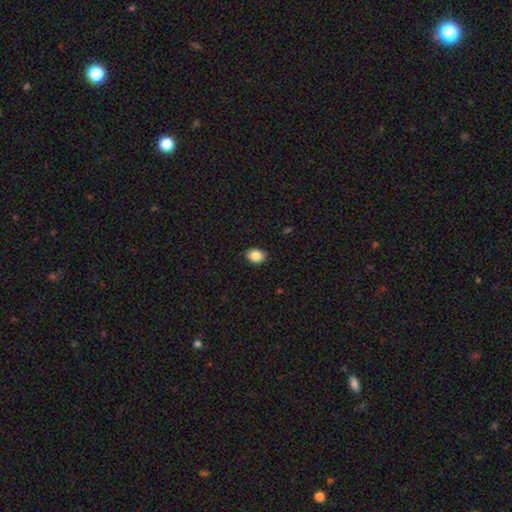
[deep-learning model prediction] Smooth or featured? Predicted: smooth (p=0.87). How rounded? Predicted: in between (p=0.69). Merging? Predicted: none (p=0.88).